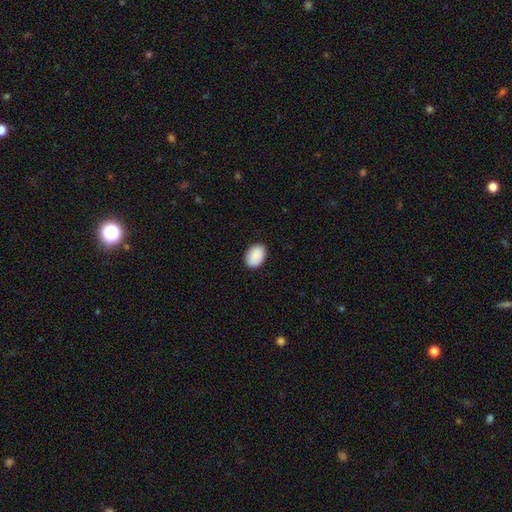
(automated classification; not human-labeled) smooth 90%, star or artifact 6%, featured or disk 3%. Down the decision tree: how rounded — in between (81%); merging — none (87%).